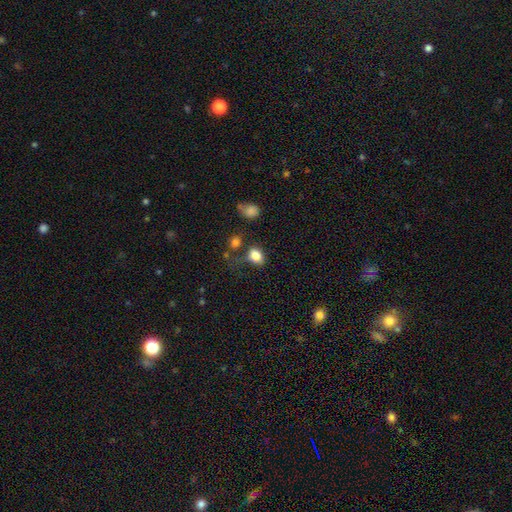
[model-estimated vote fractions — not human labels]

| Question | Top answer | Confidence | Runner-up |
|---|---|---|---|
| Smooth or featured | smooth | 83% | star or artifact (10%) |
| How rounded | in between | 71% | round (28%) |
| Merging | none | 58% | minor disturbance (21%) |